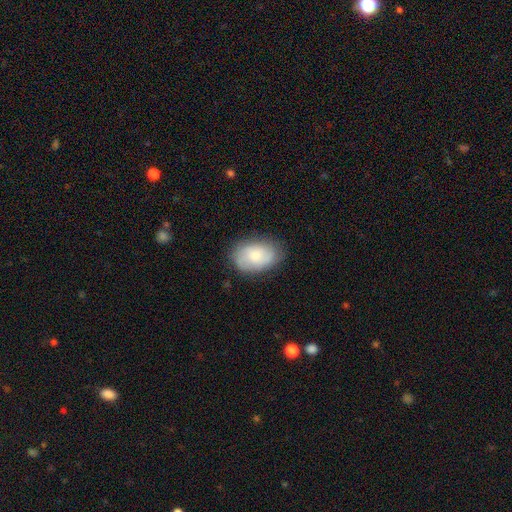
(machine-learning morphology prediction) Overall: smooth (67%). How rounded: in between (87%). Merging: none (76%).